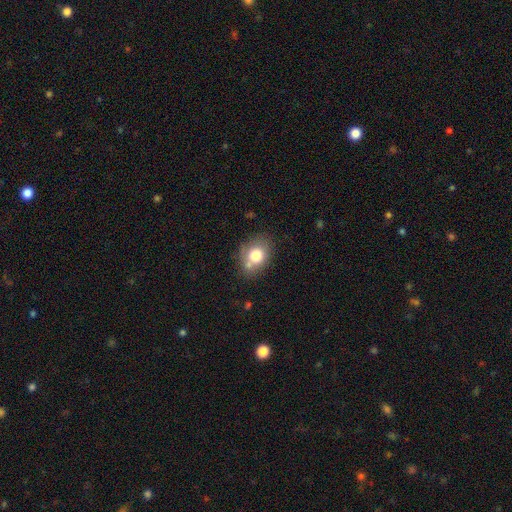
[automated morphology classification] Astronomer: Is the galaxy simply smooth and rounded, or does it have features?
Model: smooth — 75%.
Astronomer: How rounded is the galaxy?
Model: in between — 51% (runner-up: round, 48%).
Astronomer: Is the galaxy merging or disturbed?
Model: none — 57%.